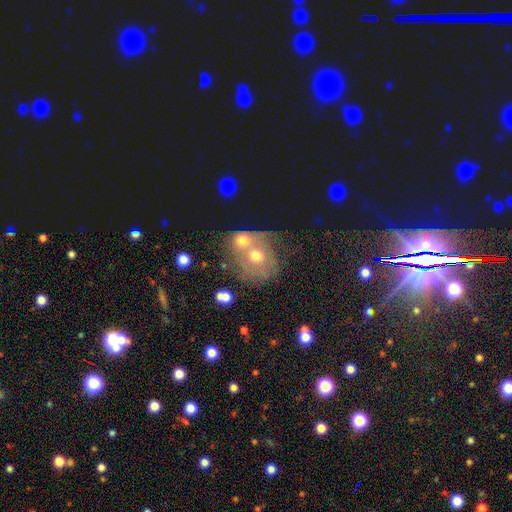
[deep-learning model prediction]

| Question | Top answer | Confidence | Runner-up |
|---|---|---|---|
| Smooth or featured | featured or disk | 41% | smooth (40%) |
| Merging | merger | 53% | none (30%) |